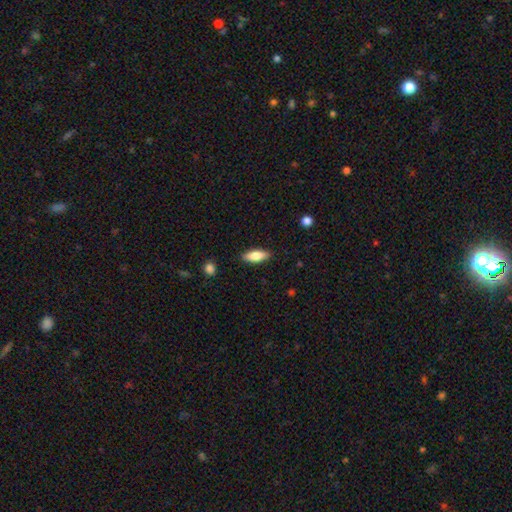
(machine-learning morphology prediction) Overall: smooth (72%). How rounded: in between (69%). Merging: none (88%).